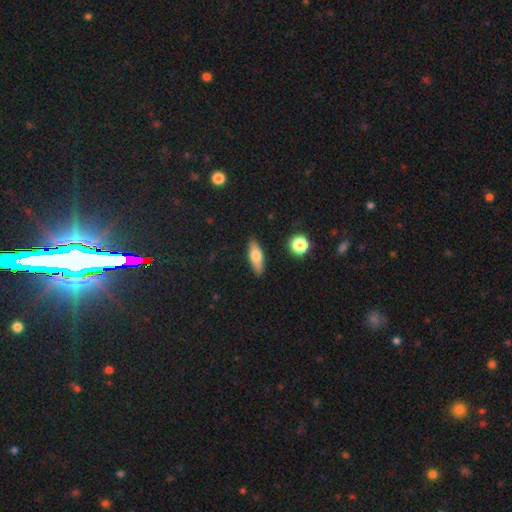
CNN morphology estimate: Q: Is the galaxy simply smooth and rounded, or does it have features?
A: smooth — 65%.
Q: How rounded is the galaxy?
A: in between — 53%.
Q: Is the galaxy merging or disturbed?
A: none — 87%.